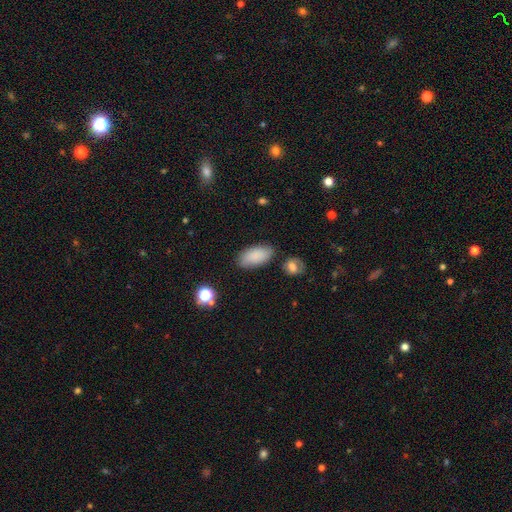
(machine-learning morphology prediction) Smooth or featured? smooth (86%)
How rounded? in between (92%)
Merging? none (80%)